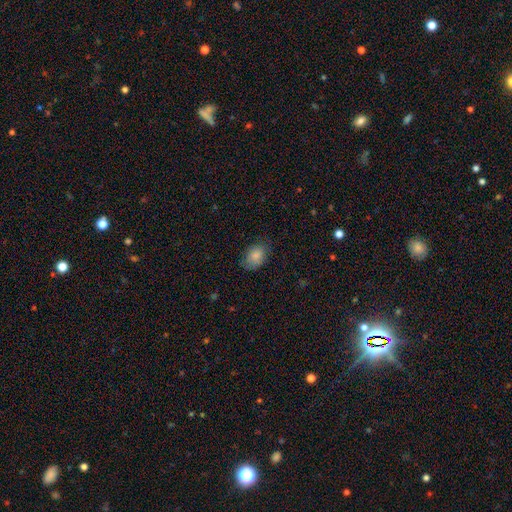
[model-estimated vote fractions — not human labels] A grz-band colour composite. It shows a smooth galaxy with no disk features (85%) that is in between round and cigar-shaped (82%). Merging: none (74%).